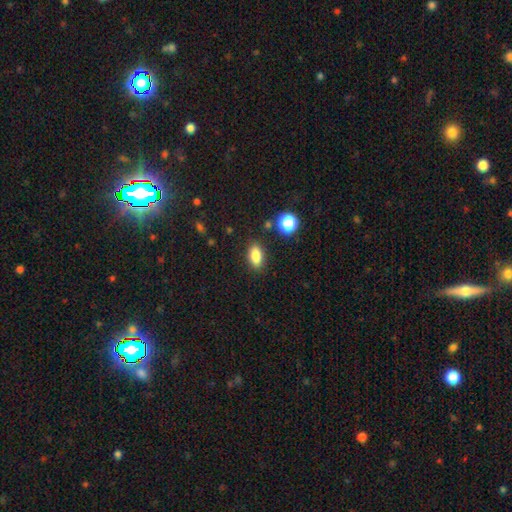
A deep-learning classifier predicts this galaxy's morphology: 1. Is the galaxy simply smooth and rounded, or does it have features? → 84% smooth, 9% star or artifact, 6% featured or disk.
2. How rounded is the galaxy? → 86% in between, 8% round, 6% cigar-shaped.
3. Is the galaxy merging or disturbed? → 86% none, 9% minor disturbance, 3% major disturbance, 2% merger.